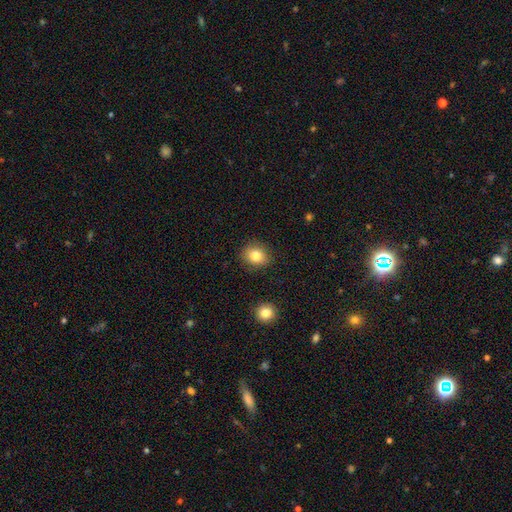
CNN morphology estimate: Q: Smooth or featured?
A: smooth (83%); runner-up: star or artifact (10%)
Q: How rounded?
A: round (68%); runner-up: in between (31%)
Q: Merging?
A: none (86%); runner-up: minor disturbance (9%)